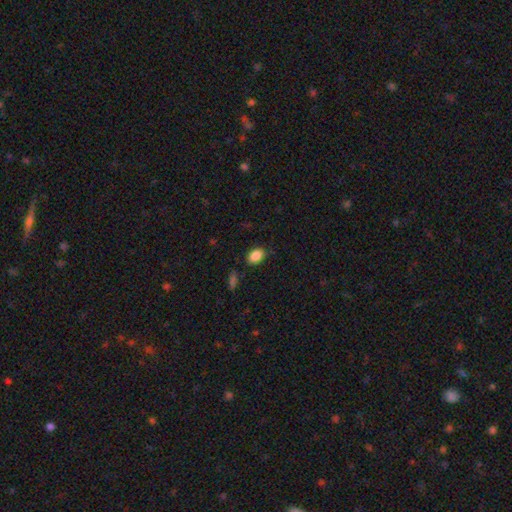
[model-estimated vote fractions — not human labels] The model was most divided on "how rounded": in between: 85%, round: 14%, cigar-shaped: 1%. More confident: smooth or featured — smooth (87%); merging — none (84%).